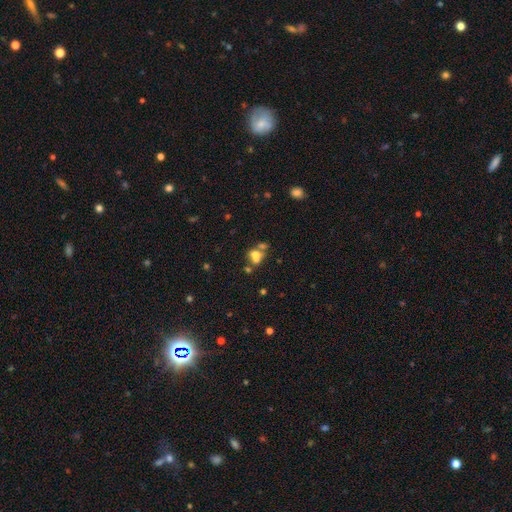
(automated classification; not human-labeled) smooth 63%, featured or disk 21%, star or artifact 16%. Down the decision tree: how rounded — in between (55%); merging — merger (50%).